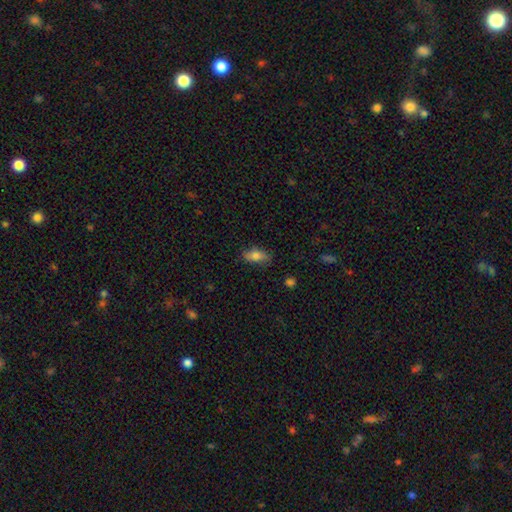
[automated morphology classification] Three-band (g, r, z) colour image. It shows a smooth galaxy with no disk features (78%) that is in between round and cigar-shaped (84%). Merging: none (79%).